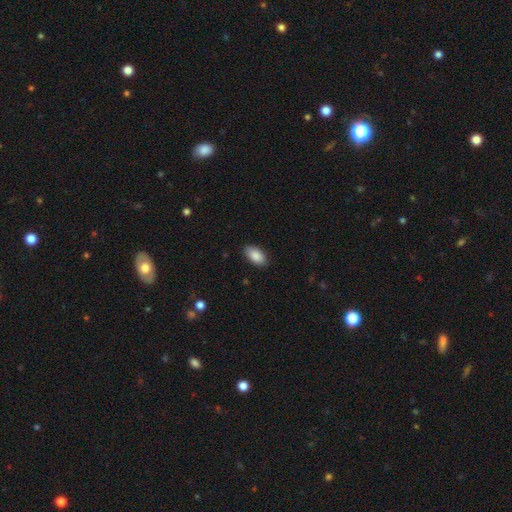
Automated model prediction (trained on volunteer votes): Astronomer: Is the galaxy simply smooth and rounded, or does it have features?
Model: smooth — 89%.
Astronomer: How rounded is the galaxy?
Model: in between — 95%.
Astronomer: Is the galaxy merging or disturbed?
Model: none — 88%.